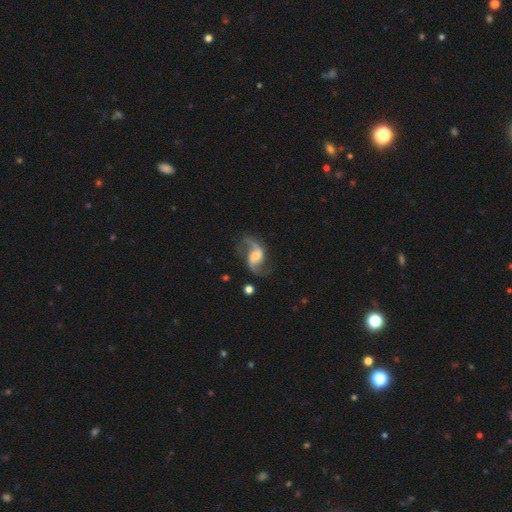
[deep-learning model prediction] Smooth or featured? featured or disk (88%)
Edge-on disk? no (97%)
Bar? weak (45%)
Spiral arms? yes (97%)
Spiral winding? loose (72%)
Spiral arm count? 2 (93%)
Bulge size? moderate (34%)
Merging? none (70%)